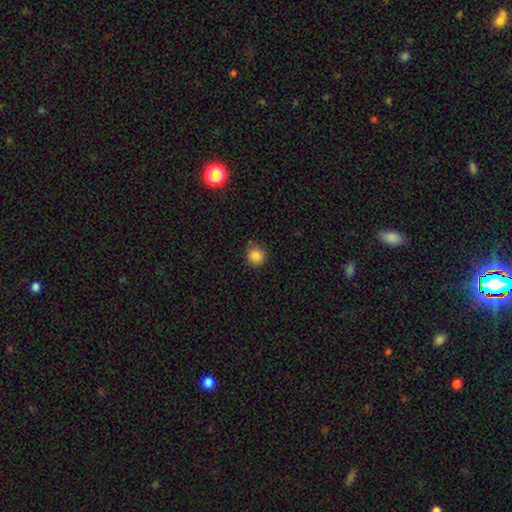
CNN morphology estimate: A smooth galaxy with no disk features (86%) that is round (91%). Merging: none (82%).